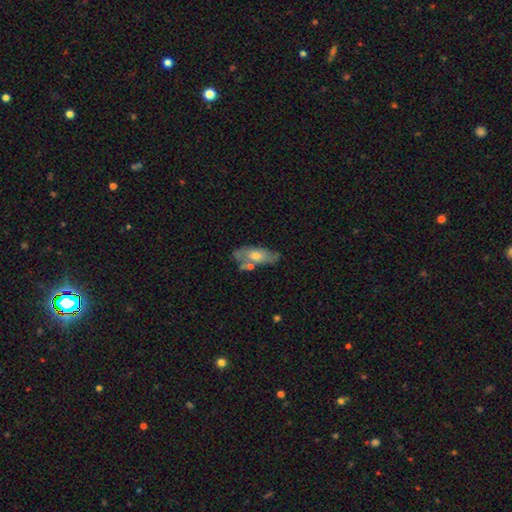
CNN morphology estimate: type=smooth (47%); merging=none (51%).